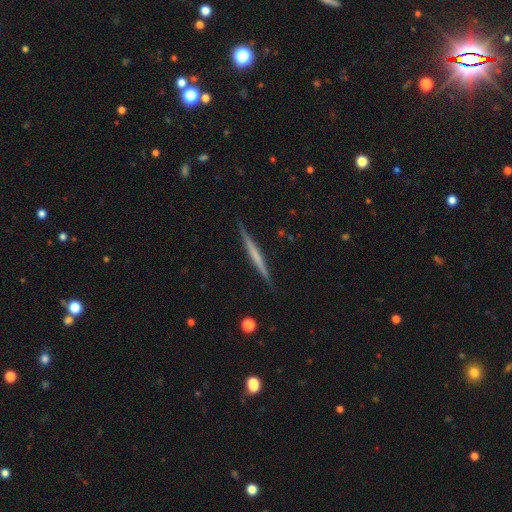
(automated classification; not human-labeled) Smooth or featured? featured or disk (55%)
Edge-on disk? yes (98%)
Edge-on bulge? none (84%)
Merging? none (90%)